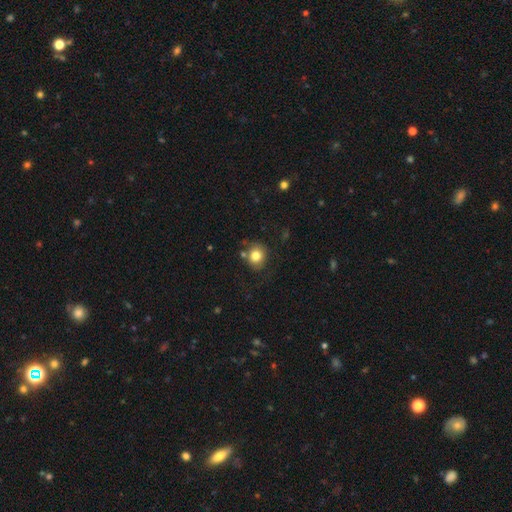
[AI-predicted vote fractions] Overall: smooth (80%). How rounded: round (76%). Merging: none (73%).